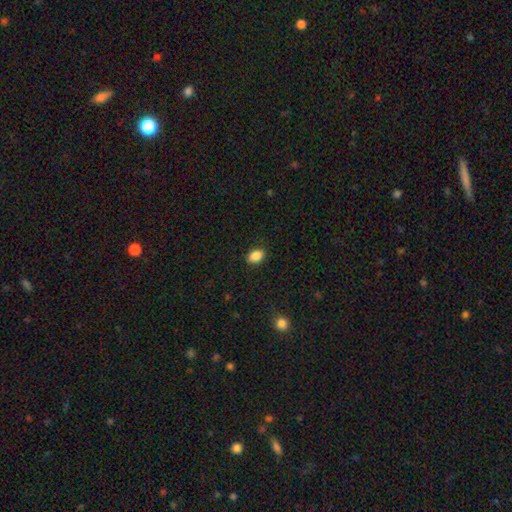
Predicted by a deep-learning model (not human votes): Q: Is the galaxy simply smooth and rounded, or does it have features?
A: smooth — 89%.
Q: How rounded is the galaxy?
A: in between — 83%.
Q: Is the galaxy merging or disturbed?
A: none — 88%.